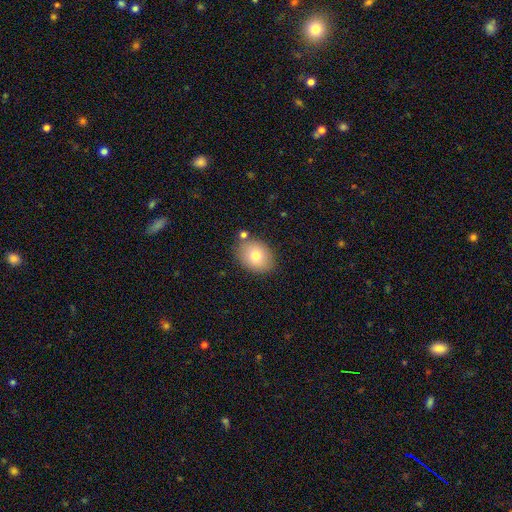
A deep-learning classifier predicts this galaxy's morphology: Smooth or featured? smooth (77%)
How rounded? in between (61%)
Merging? none (79%)